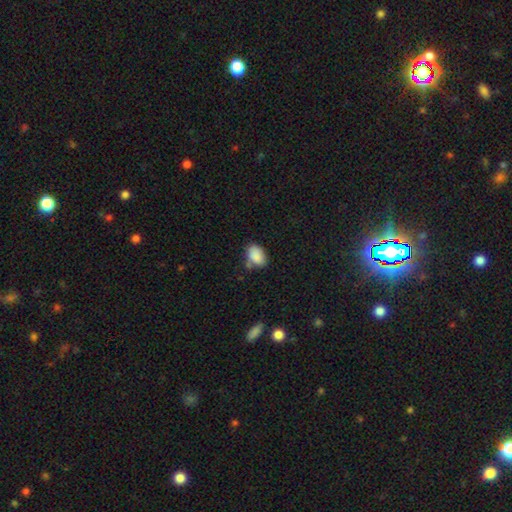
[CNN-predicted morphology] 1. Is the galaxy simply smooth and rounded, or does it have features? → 86% smooth, 8% star or artifact, 6% featured or disk.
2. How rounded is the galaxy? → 85% in between, 14% round, 1% cigar-shaped.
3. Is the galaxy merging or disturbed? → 59% none, 25% minor disturbance, 10% merger, 6% major disturbance.